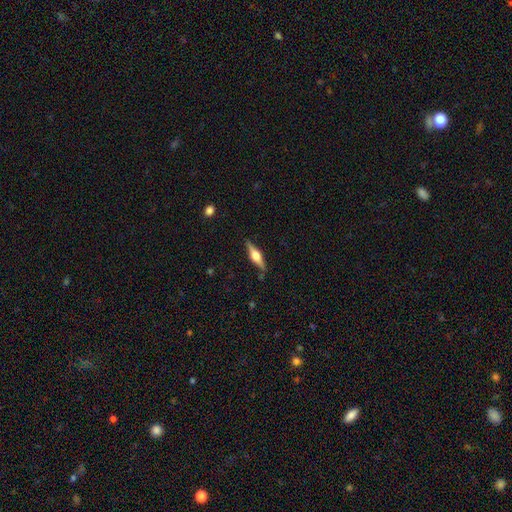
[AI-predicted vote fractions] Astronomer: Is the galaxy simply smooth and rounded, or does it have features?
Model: featured or disk — 74%.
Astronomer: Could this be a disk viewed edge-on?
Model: yes — 97%.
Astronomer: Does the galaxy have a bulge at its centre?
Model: rounded — 92%.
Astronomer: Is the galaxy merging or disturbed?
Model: none — 86%.